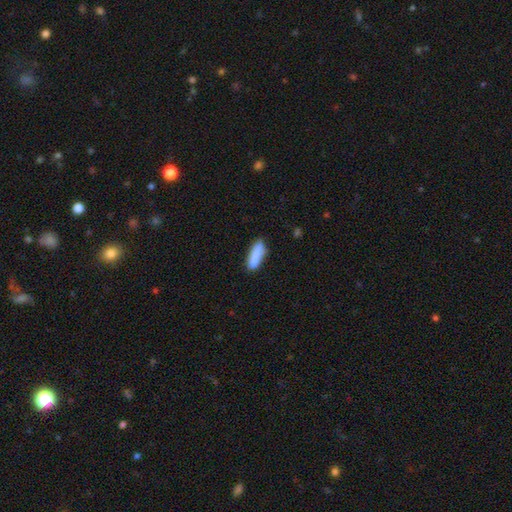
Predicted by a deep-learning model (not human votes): A smooth galaxy with no disk features (87%) that is in between round and cigar-shaped (52%). Merging: none (79%).